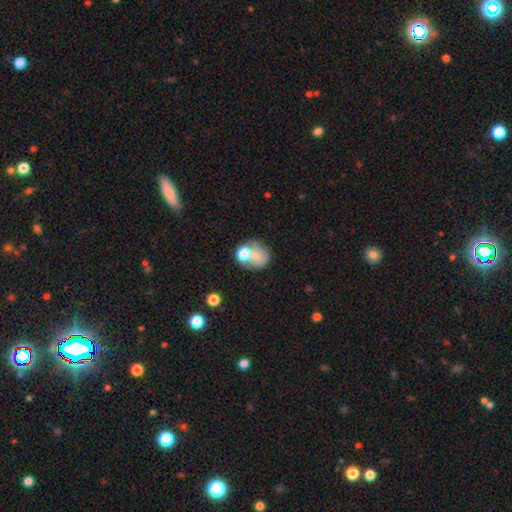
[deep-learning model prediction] Q: Smooth or featured?
A: smooth (67%); runner-up: featured or disk (23%)
Q: How rounded?
A: round (72%); runner-up: in between (27%)
Q: Merging?
A: merger (42%); runner-up: none (37%)